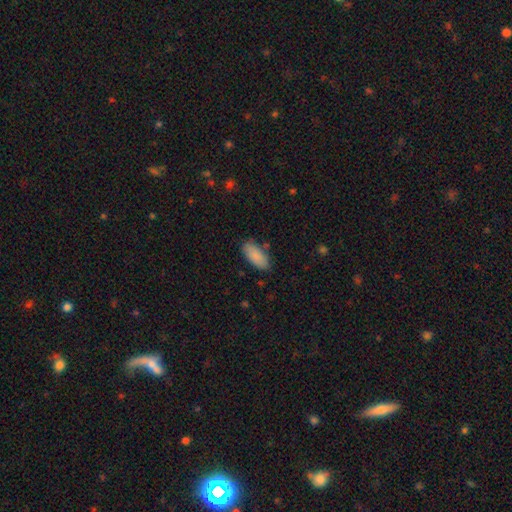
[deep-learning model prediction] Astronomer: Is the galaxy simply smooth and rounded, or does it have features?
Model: smooth — 88%.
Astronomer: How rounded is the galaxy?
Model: in between — 87%.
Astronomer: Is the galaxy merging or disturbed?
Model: none — 79%.